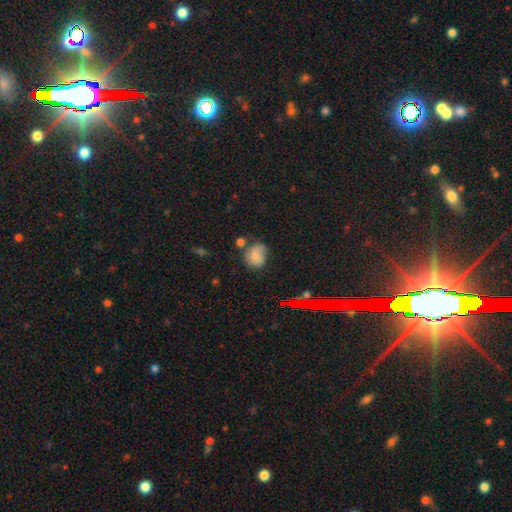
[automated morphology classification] smooth-or-featured: smooth: 68% | featured or disk: 18% | star or artifact: 14%
  how-rounded: round: 69% | in between: 30% | cigar-shaped: 1%
  merging: none: 54% | minor disturbance: 27% | merger: 11% | major disturbance: 8%